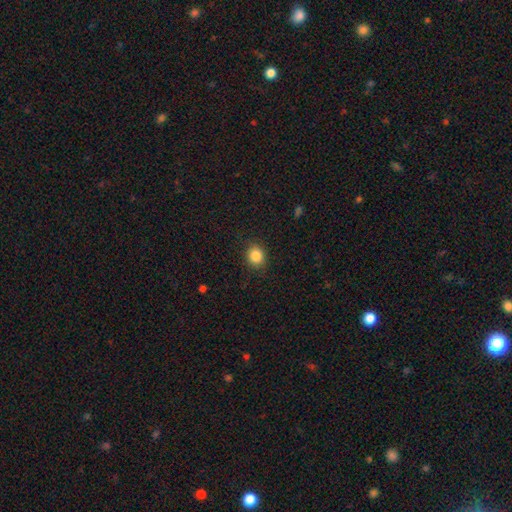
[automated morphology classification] This is clearly a smooth galaxy (86%). How rounded: likely round (68%). Merging: clearly none (88%).